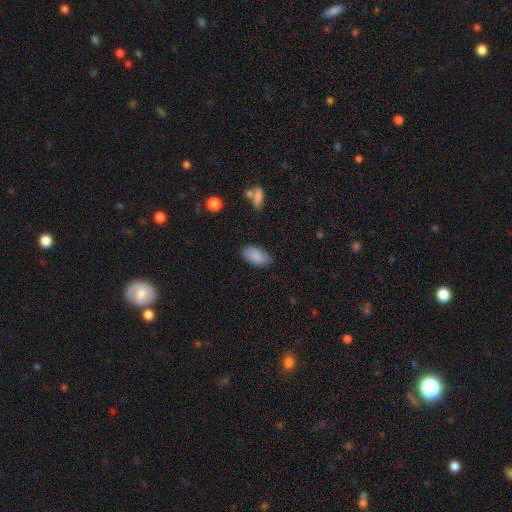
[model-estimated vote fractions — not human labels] Morphology: type=smooth (87%); roundness=in between (94%); merging=none (81%).